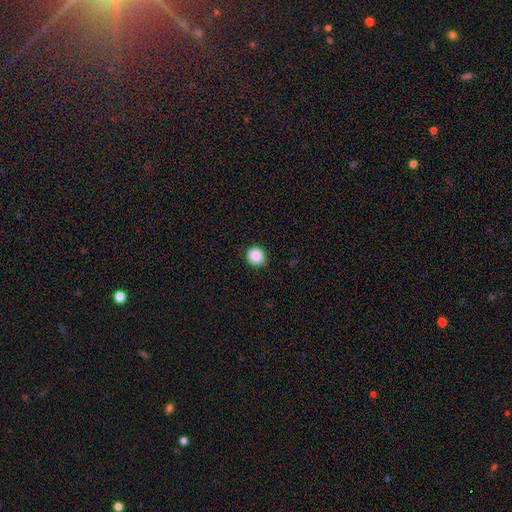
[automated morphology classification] smooth_or_featured: smooth (p=0.88) [alt: star or artifact p=0.09]
how_rounded: round (p=0.89) [alt: in between p=0.10]
merging: none (p=0.90) [alt: minor disturbance p=0.07]